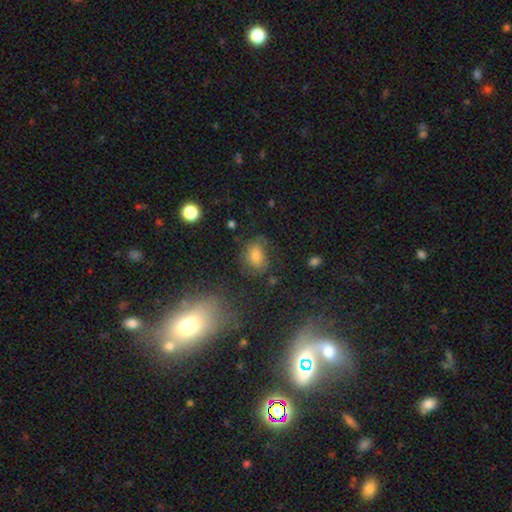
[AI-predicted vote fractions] The model was most divided on "how rounded": in between: 65%, round: 33%, cigar-shaped: 2%. More confident: merging — none (62%); smooth or featured — smooth (61%).